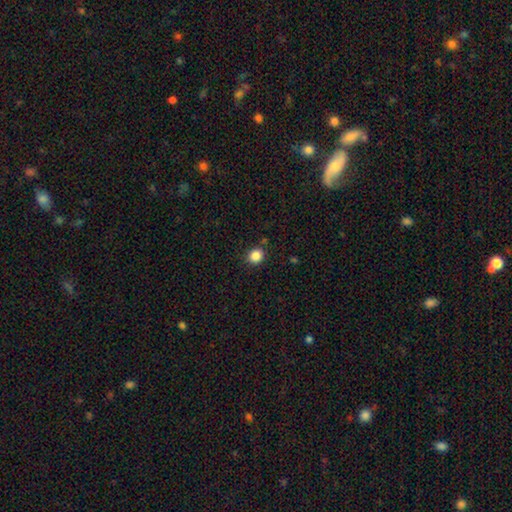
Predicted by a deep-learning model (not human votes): smooth-or-featured: smooth: 86% | star or artifact: 11% | featured or disk: 3%
  how-rounded: round: 77% | in between: 22% | cigar-shaped: 1%
  merging: none: 86% | minor disturbance: 9% | merger: 3% | major disturbance: 3%